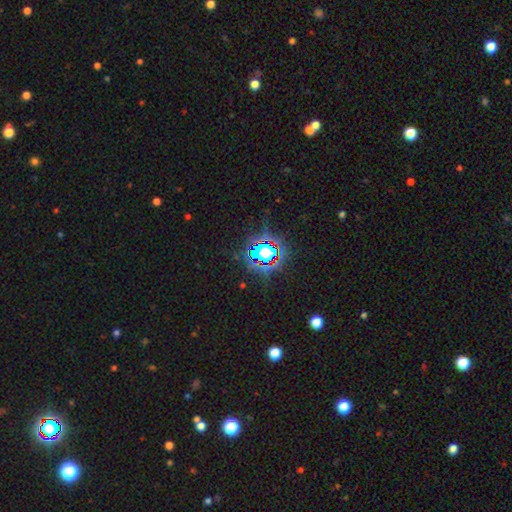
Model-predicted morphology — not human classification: smooth_or_featured: star or artifact (p=0.82) [alt: smooth p=0.11]